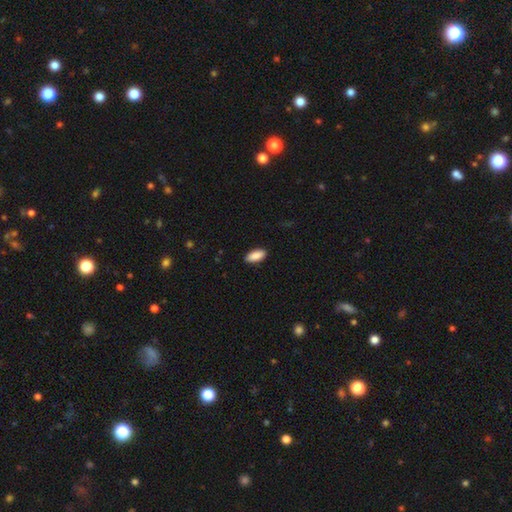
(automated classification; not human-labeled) Smooth or featured? smooth (90%)
How rounded? in between (89%)
Merging? none (89%)